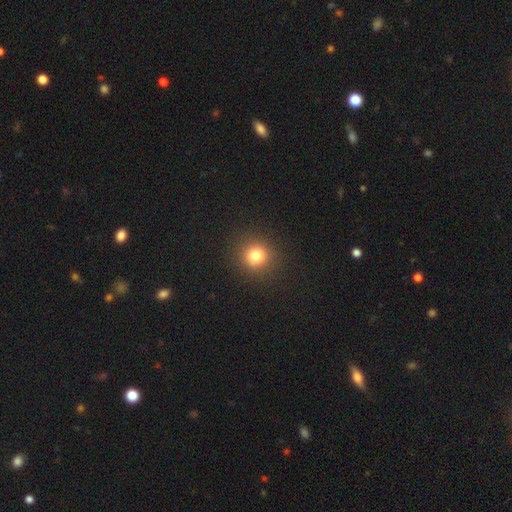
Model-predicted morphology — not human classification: Smooth or featured? smooth (80%)
How rounded? round (90%)
Merging? none (91%)